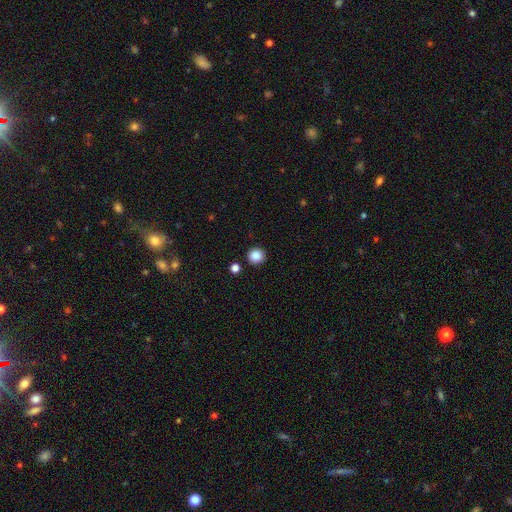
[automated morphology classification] A smooth galaxy with no disk features (87%) that is round (93%). Merging: none (90%).